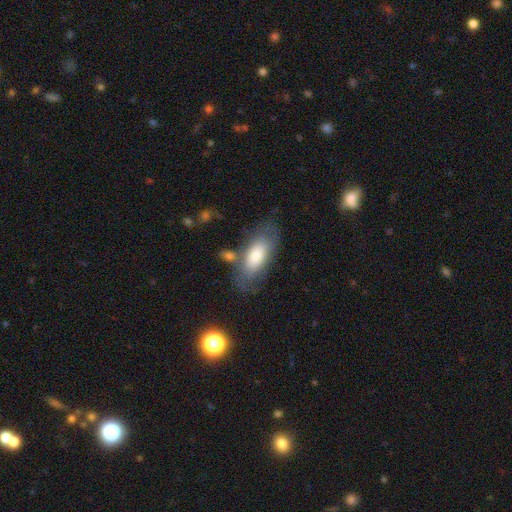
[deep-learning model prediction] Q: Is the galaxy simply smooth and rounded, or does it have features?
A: smooth — 70%.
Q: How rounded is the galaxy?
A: in between — 86%.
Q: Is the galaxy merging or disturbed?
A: none — 64%.